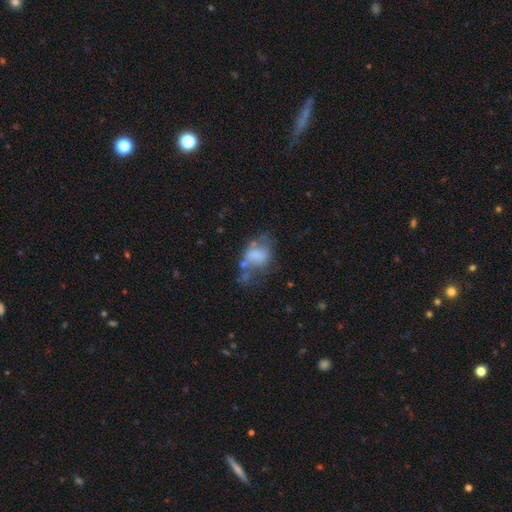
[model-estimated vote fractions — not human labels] Morphology: type=smooth (56%); roundness=in between (73%); merging=major disturbance (33%).